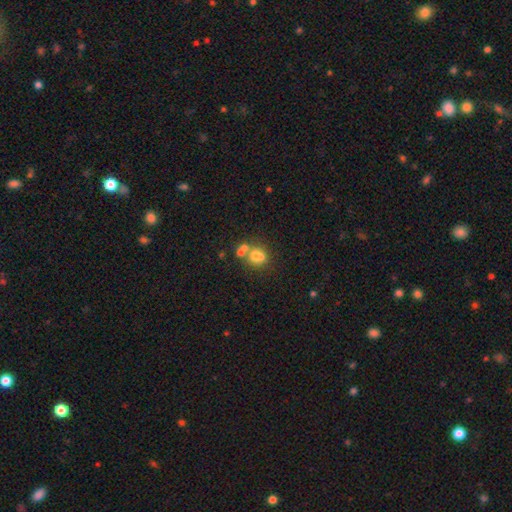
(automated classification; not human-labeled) Q: Smooth or featured?
A: smooth (68%); runner-up: featured or disk (18%)
Q: How rounded?
A: round (64%); runner-up: in between (34%)
Q: Merging?
A: none (42%); tied with: merger (42%)